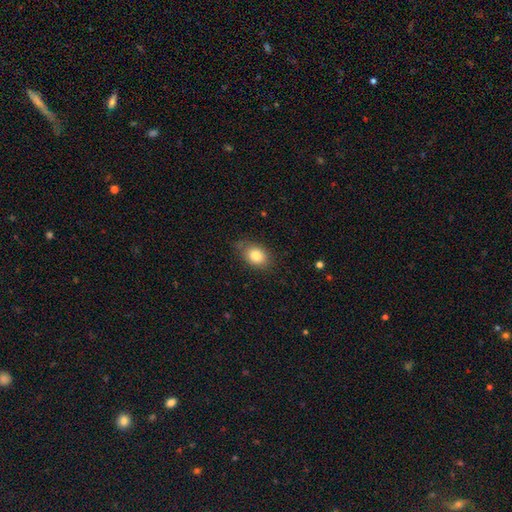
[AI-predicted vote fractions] Smooth or featured?
  - smooth: 81% *
  - featured or disk: 10%
  - star or artifact: 9%
How rounded?
  - in between: 72% *
  - round: 27%
  - cigar-shaped: 1%
Merging?
  - none: 72% *
  - minor disturbance: 22%
  - major disturbance: 5%
  - merger: 1%